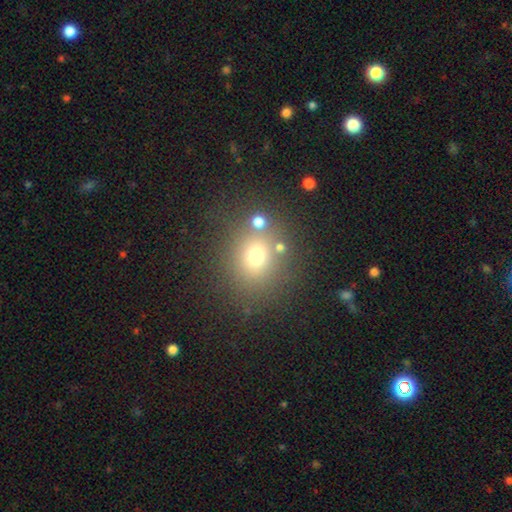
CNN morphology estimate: Smooth or featured?
  - smooth: 69% *
  - star or artifact: 20%
  - featured or disk: 12%
How rounded?
  - round: 72% *
  - in between: 27%
  - cigar-shaped: 1%
Merging?
  - none: 75% *
  - minor disturbance: 10%
  - merger: 10%
  - major disturbance: 5%